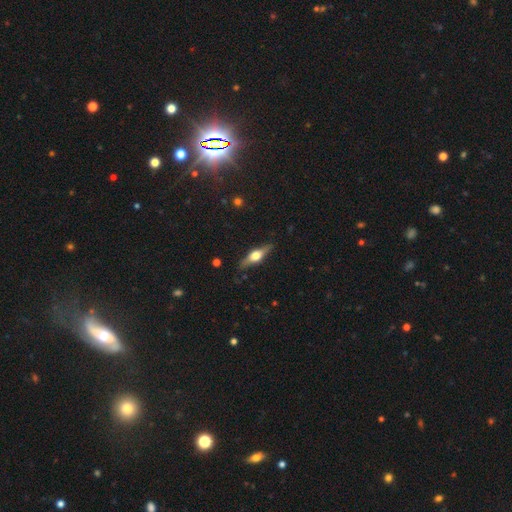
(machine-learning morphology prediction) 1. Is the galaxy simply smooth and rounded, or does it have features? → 67% featured or disk, 27% smooth, 6% star or artifact.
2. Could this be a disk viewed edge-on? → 96% yes, 4% no.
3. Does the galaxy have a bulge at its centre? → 94% rounded, 4% boxy, 1% none.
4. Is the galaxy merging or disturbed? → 86% none, 10% minor disturbance, 2% major disturbance, 1% merger.